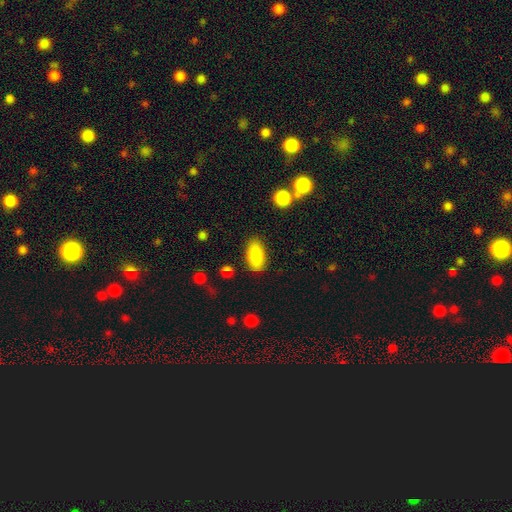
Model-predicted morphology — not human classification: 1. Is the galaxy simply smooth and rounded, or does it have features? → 86% smooth, 8% featured or disk, 7% star or artifact.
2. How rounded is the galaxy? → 92% in between, 5% cigar-shaped, 3% round.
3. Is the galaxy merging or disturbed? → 83% none, 12% minor disturbance, 3% major disturbance, 2% merger.